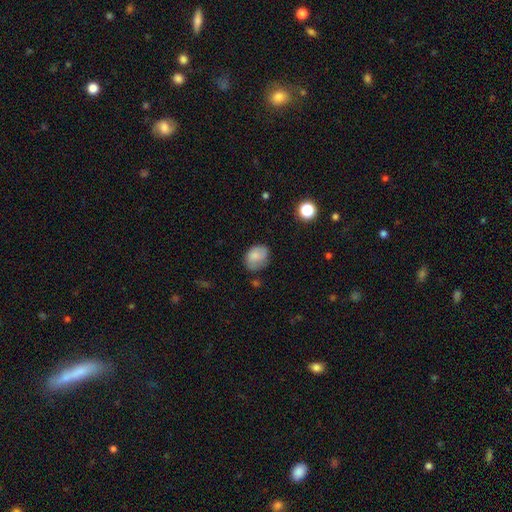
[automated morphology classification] This is likely a smooth galaxy (76%). How rounded: likely in between (62%). Merging: possibly none (59%).